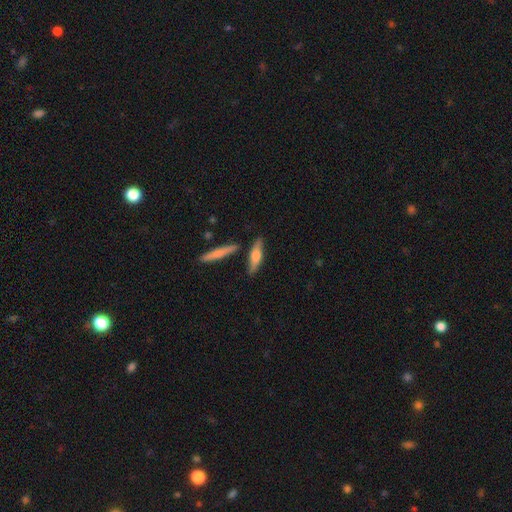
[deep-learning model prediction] The model was most divided on "smooth or featured" (2-way tie): smooth: 47%, featured or disk: 47%, star or artifact: 6%. More confident: merging — none (76%).